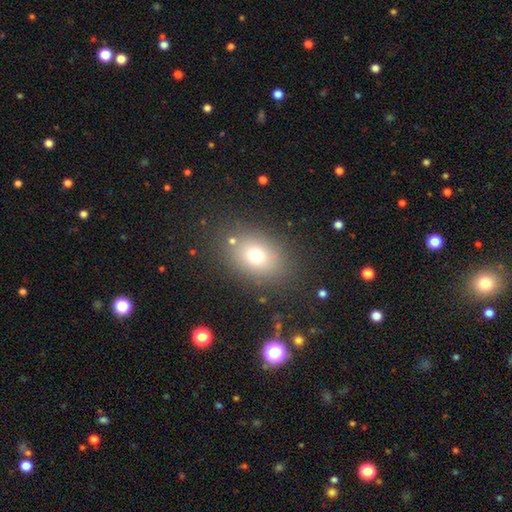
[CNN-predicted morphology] Smooth or featured?
  - smooth: 72% *
  - star or artifact: 16%
  - featured or disk: 13%
How rounded?
  - in between: 61% *
  - round: 37%
  - cigar-shaped: 1%
Merging?
  - none: 81% *
  - minor disturbance: 10%
  - major disturbance: 5%
  - merger: 4%